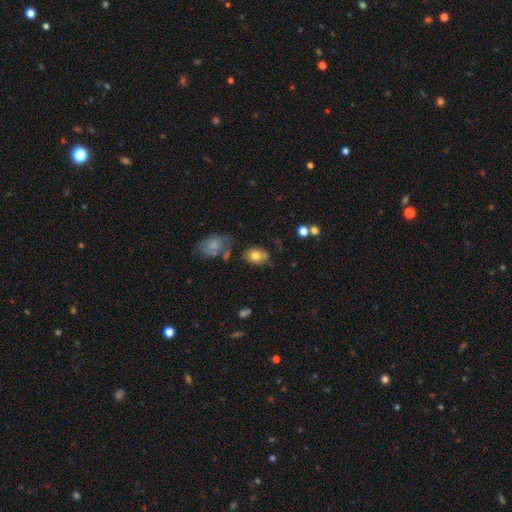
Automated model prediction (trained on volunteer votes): smooth 76%, featured or disk 15%, star or artifact 9%. Down the decision tree: how rounded — in between (76%); merging — none (63%).